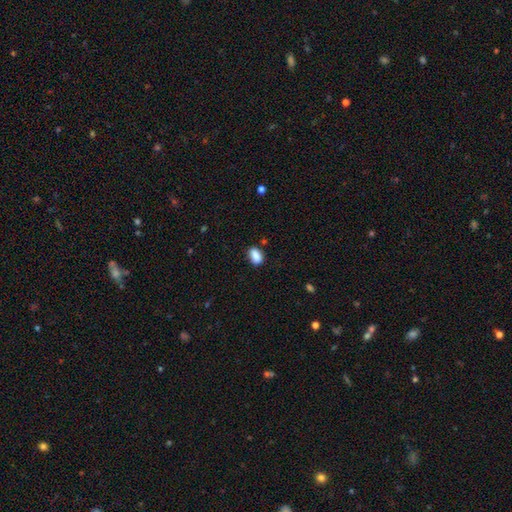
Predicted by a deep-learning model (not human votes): This appears to be a smooth galaxy with no disk features (87%) that is in between round and cigar-shaped (86%). Merging: none (78%).